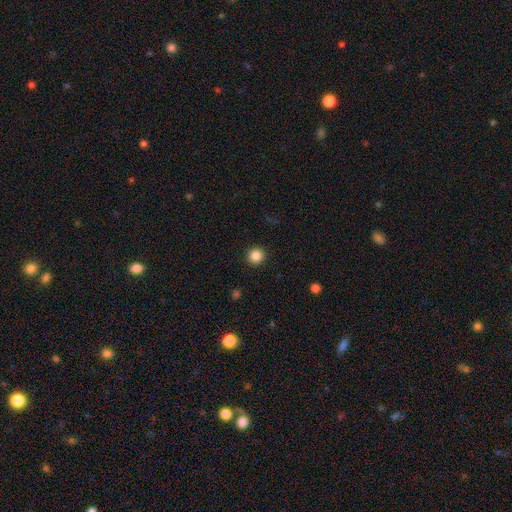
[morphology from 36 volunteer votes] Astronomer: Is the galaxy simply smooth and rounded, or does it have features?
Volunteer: smooth — 94%.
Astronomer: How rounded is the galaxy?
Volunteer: round — 97%.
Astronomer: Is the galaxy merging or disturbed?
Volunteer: none — 88%.